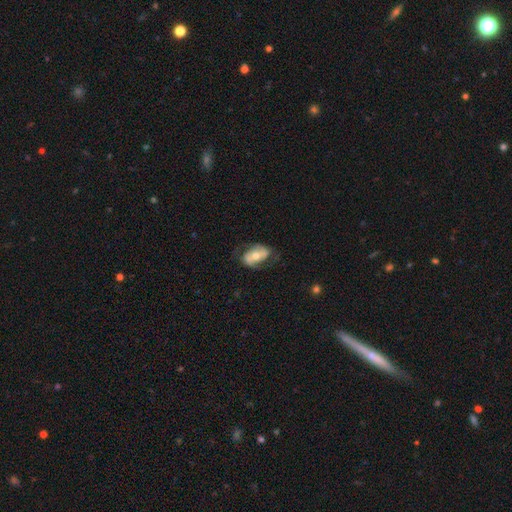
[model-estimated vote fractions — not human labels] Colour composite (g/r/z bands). It shows a featured or disk galaxy (56%) with no bar (51%), spiral arms (67%) and a moderate central bulge (65%). Merging: none (62%).